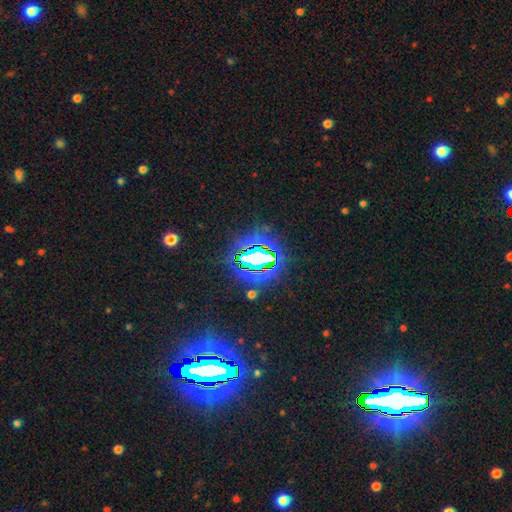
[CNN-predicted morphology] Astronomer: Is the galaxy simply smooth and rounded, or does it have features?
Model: star or artifact — 77%.